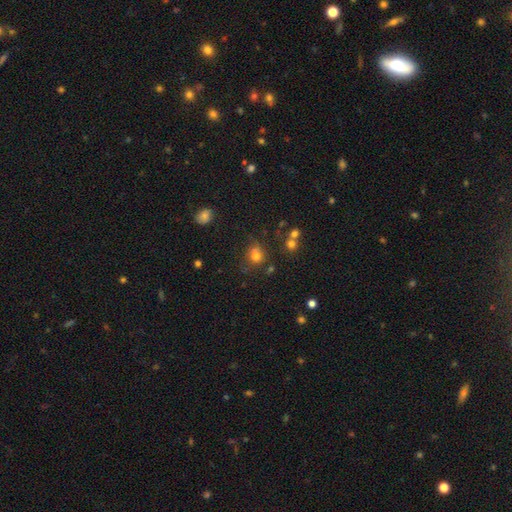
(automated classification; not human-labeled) A smooth galaxy with no disk features (76%) that is round (79%).

Vote fractions:
- Smooth or featured? smooth: 76% / star or artifact: 15% / featured or disk: 9%
- How rounded? round: 79% / in between: 20% / cigar-shaped: 1%
- Merging? none: 65% / minor disturbance: 20% / major disturbance: 8% / merger: 7%